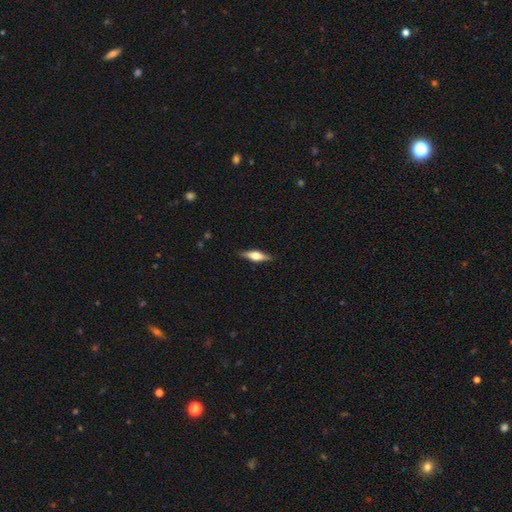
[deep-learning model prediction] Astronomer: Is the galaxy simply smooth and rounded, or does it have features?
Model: featured or disk — 54% (runner-up: smooth, 40%).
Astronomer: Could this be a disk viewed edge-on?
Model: yes — 94%.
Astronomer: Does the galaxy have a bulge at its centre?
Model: rounded — 91%.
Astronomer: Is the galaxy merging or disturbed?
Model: none — 87%.